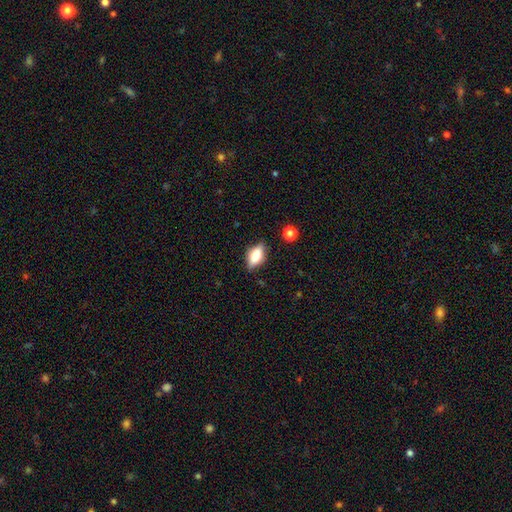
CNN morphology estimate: This appears to be a smooth galaxy with no disk features (65%) that is in between round and cigar-shaped (81%). Merging: none (80%).